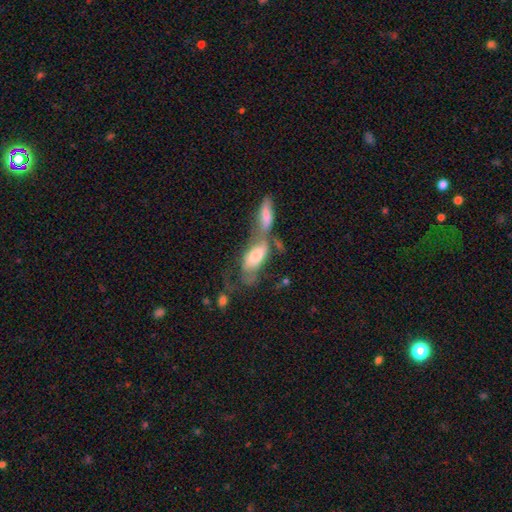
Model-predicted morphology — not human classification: This appears to be a smooth galaxy with no disk features (60%) that is in between round and cigar-shaped (81%). Merging: merger (62%).